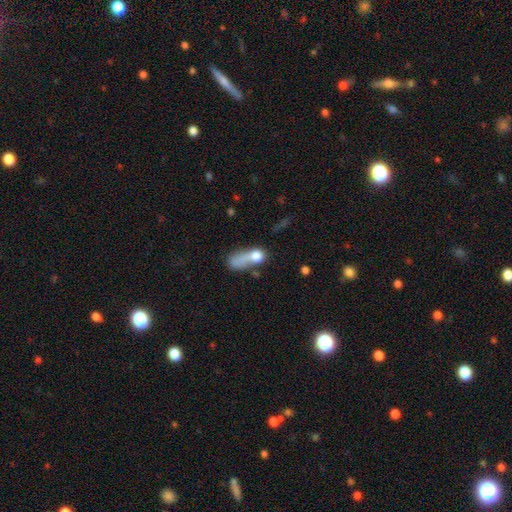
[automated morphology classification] smooth-or-featured: smooth: 69% | featured or disk: 21% | star or artifact: 11%
  how-rounded: in between: 57% | round: 29% | cigar-shaped: 14%
  merging: merger: 36% | major disturbance: 34% | none: 17% | minor disturbance: 13%